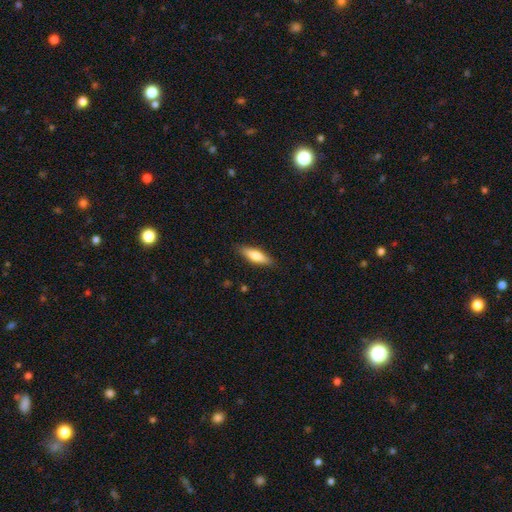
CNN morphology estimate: smooth-or-featured: smooth: 67% | featured or disk: 28% | star or artifact: 6%
  how-rounded: cigar-shaped: 55% | in between: 43% | round: 2%
  merging: none: 87% | minor disturbance: 10% | major disturbance: 2% | merger: 1%